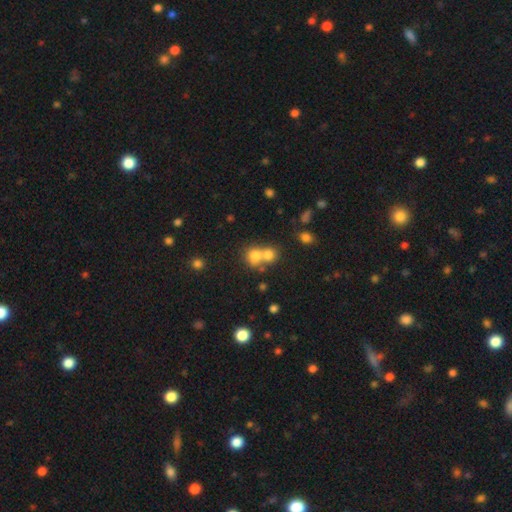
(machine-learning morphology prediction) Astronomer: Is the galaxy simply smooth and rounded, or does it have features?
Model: smooth — 72%.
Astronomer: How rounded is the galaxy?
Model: round — 60% (runner-up: in between, 38%).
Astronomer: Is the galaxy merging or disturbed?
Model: merger — 61%.